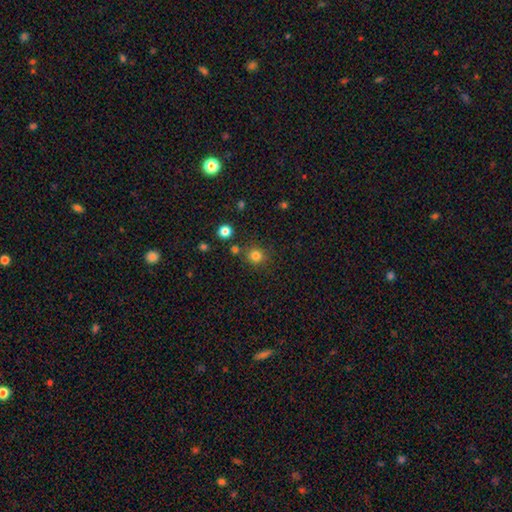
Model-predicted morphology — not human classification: This is clearly a smooth galaxy (81%). How rounded: clearly round (90%). Merging: clearly none (81%).